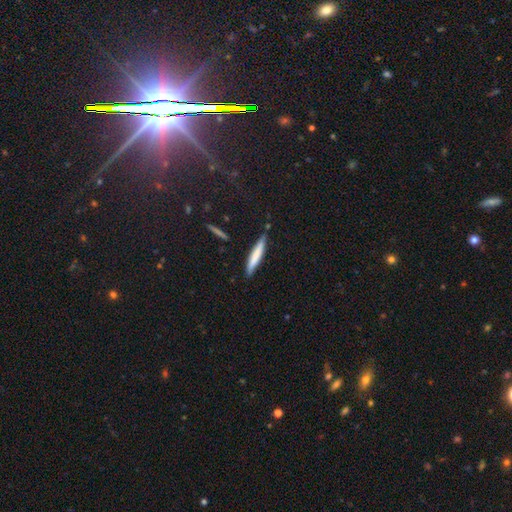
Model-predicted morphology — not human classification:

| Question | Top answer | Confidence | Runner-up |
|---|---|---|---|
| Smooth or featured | smooth | 71% | featured or disk (24%) |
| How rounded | cigar-shaped | 92% | in between (7%) |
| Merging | none | 82% | minor disturbance (13%) |